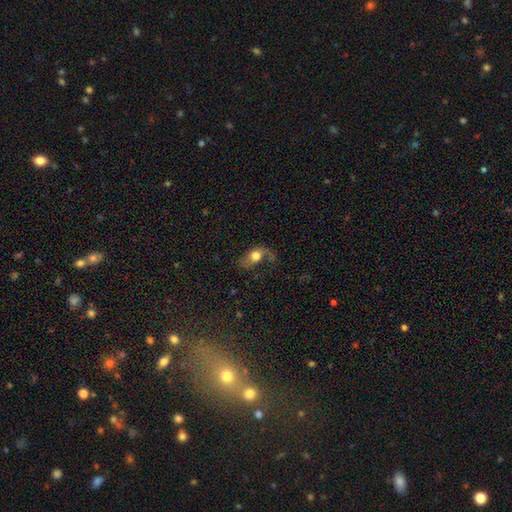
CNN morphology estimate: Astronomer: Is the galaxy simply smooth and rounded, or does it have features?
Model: smooth — 56% (runner-up: featured or disk, 35%).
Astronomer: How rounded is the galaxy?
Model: in between — 73%.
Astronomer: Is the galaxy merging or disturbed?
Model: none — 37% (runner-up: major disturbance, 36%).